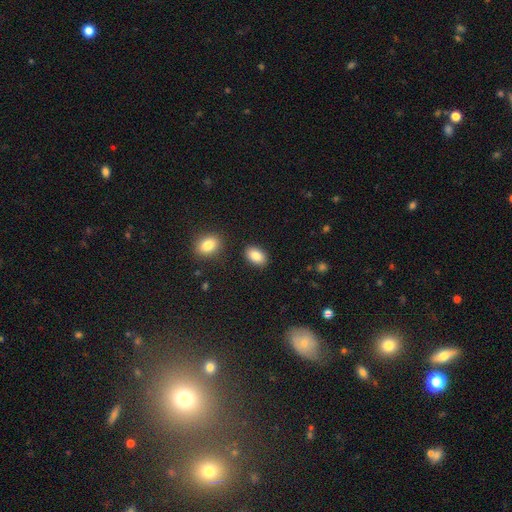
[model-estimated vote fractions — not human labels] smooth_or_featured: smooth (p=0.86) [alt: star or artifact p=0.08]
how_rounded: in between (p=0.89) [alt: round p=0.09]
merging: none (p=0.86) [alt: minor disturbance p=0.08]